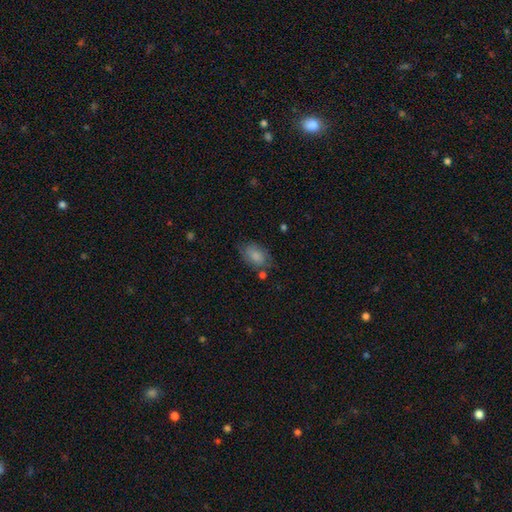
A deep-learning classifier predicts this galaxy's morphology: smooth-or-featured: smooth: 73% | featured or disk: 20% | star or artifact: 8%
  how-rounded: in between: 87% | round: 11% | cigar-shaped: 2%
  merging: none: 59% | minor disturbance: 26% | major disturbance: 9% | merger: 6%